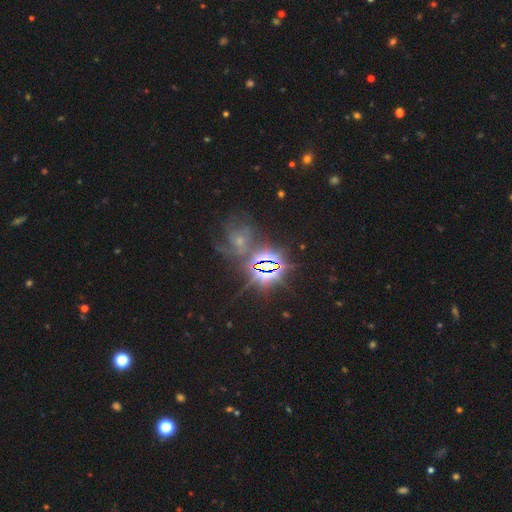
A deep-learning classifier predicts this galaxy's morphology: smooth_or_featured: star or artifact (p=0.61) [alt: smooth p=0.26]